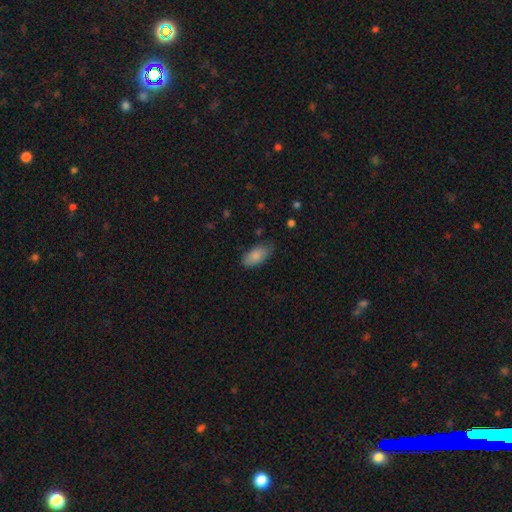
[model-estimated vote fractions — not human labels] This is clearly a smooth galaxy (85%). How rounded: clearly in between (91%). Merging: likely none (73%).